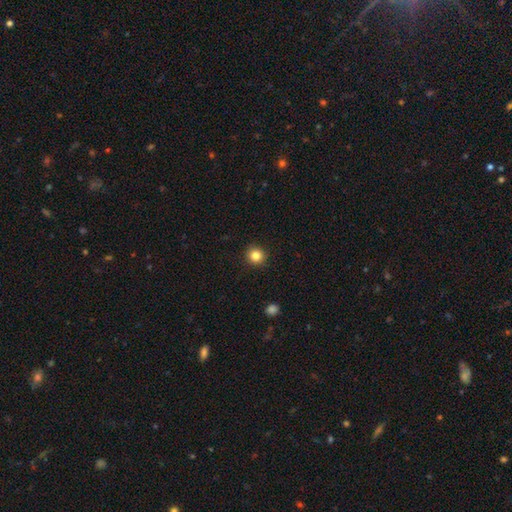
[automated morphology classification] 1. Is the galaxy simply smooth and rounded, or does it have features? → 84% smooth, 11% star or artifact, 5% featured or disk.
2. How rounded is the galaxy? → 93% round, 6% in between, 1% cigar-shaped.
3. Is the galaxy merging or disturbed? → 92% none, 5% minor disturbance, 2% major disturbance, 1% merger.